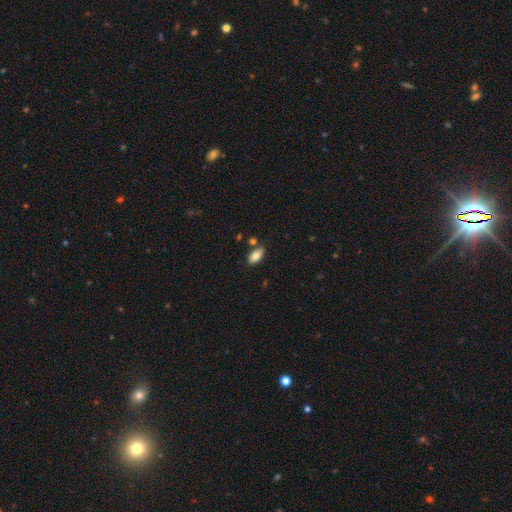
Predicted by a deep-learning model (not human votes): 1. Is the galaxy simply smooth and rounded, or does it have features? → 83% smooth, 10% featured or disk, 8% star or artifact.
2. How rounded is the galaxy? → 92% in between, 4% cigar-shaped, 4% round.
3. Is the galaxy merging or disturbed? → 77% none, 13% minor disturbance, 7% merger, 3% major disturbance.